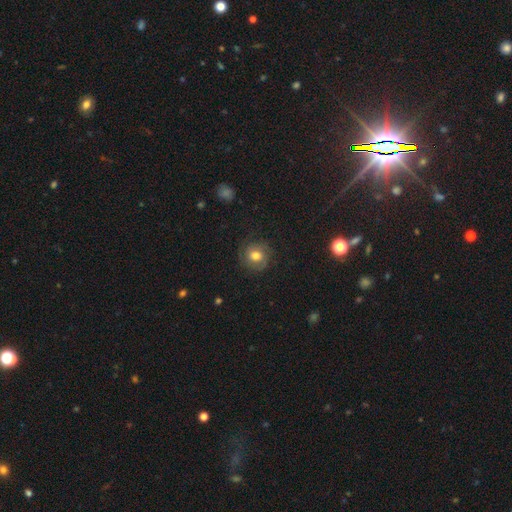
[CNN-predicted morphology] smooth_or_featured: smooth (p=0.57) [alt: featured or disk p=0.32]
how_rounded: round (p=0.86) [alt: in between p=0.13]
merging: none (p=0.79) [alt: minor disturbance p=0.13]